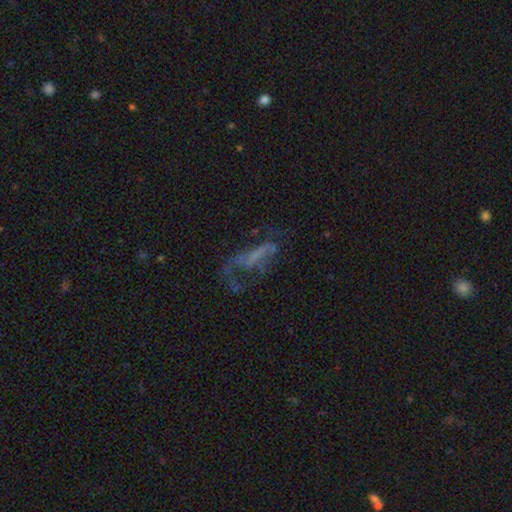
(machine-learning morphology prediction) A featured or disk galaxy (54%). Merging: major disturbance (46%).